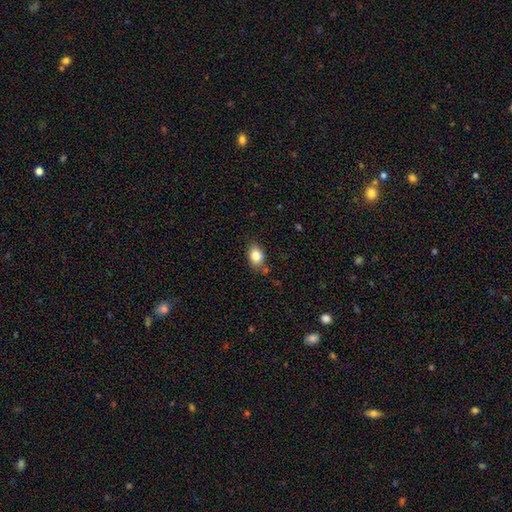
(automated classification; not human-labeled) Smooth or featured?
  - smooth: 83% *
  - star or artifact: 9%
  - featured or disk: 8%
How rounded?
  - in between: 72% *
  - round: 27%
  - cigar-shaped: 1%
Merging?
  - none: 76% *
  - minor disturbance: 16%
  - merger: 4%
  - major disturbance: 3%